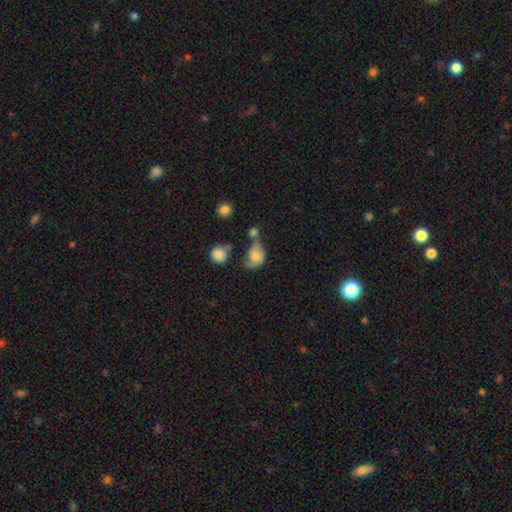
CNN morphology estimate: Q: Smooth or featured?
A: smooth (66%); runner-up: featured or disk (24%)
Q: How rounded?
A: in between (63%); runner-up: round (36%)
Q: Merging?
A: minor disturbance (29%); runner-up: none (25%)